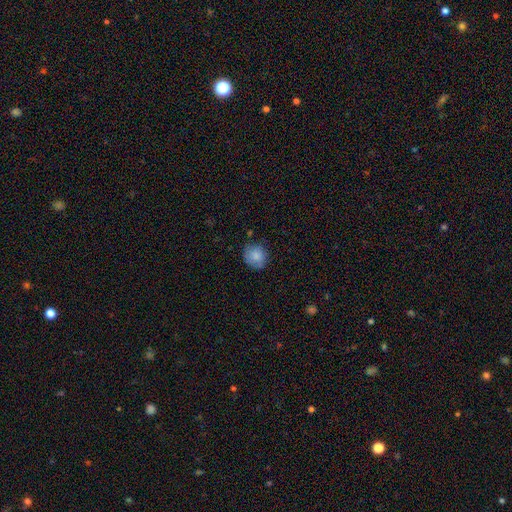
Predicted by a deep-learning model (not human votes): Smooth or featured?
  - smooth: 82% *
  - featured or disk: 10%
  - star or artifact: 8%
How rounded?
  - round: 77% *
  - in between: 22%
  - cigar-shaped: 1%
Merging?
  - none: 71% *
  - minor disturbance: 23%
  - major disturbance: 5%
  - merger: 2%